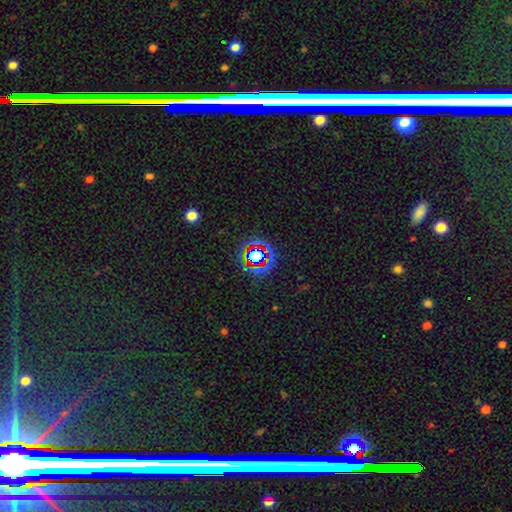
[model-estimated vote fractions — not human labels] This is likely a star or artifact rather than a galaxy (68%).